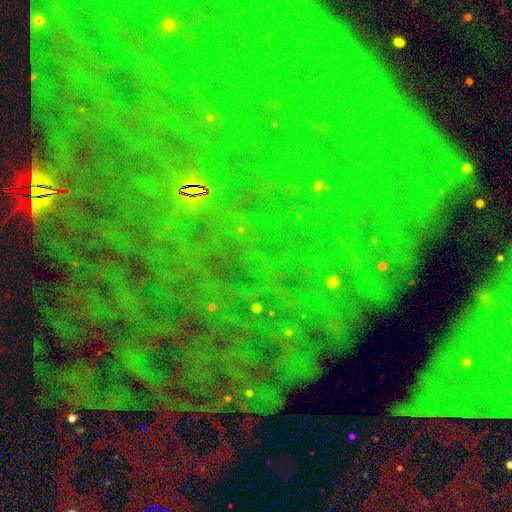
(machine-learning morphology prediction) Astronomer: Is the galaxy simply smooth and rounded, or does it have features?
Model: star or artifact — 82%.